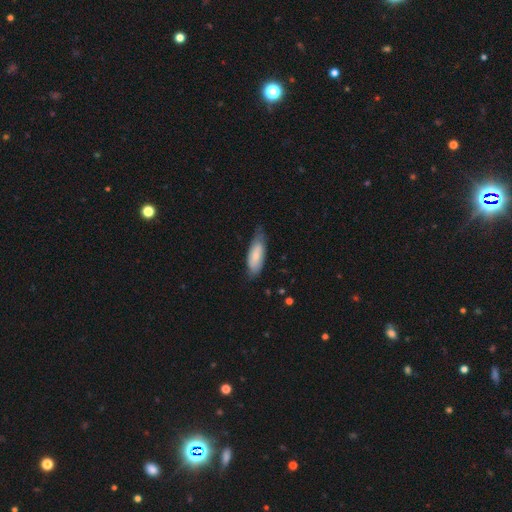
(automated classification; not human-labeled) Morphology: type=smooth (71%); roundness=in between (71%); merging=none (58%).